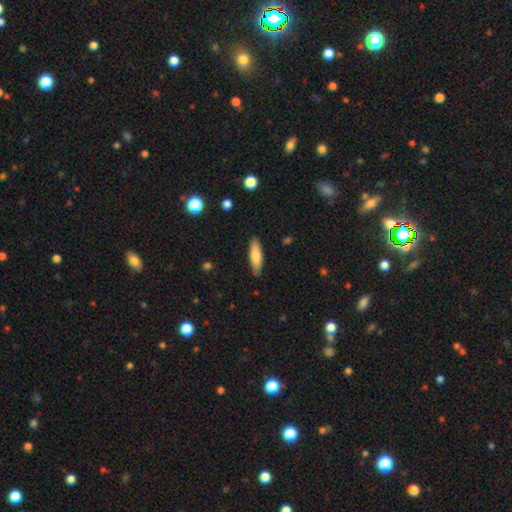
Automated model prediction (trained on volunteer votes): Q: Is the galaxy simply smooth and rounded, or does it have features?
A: smooth — 79%.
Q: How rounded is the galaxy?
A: cigar-shaped — 63%.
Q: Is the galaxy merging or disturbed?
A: none — 88%.